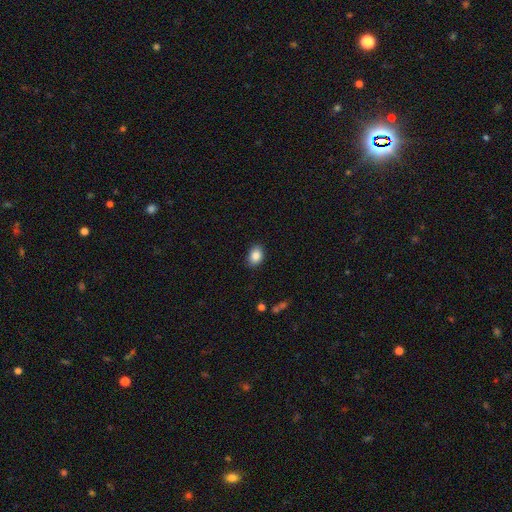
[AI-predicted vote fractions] The model was most divided on "how rounded": in between: 76%, round: 23%, cigar-shaped: 1%. More confident: merging — none (87%); smooth or featured — smooth (87%).